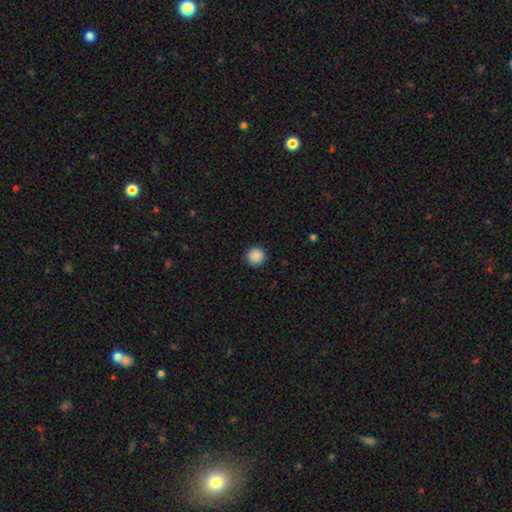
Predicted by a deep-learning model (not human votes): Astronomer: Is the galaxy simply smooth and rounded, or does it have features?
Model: smooth — 89%.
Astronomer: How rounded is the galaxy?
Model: round — 96%.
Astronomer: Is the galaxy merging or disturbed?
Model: none — 92%.